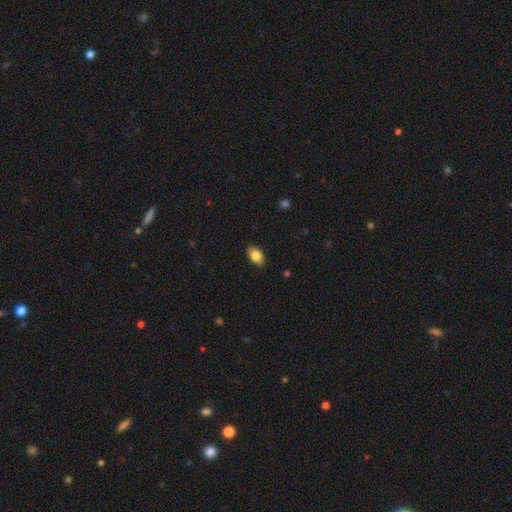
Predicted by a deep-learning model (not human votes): This is clearly a smooth galaxy (84%). How rounded: clearly in between (91%). Merging: clearly none (88%).